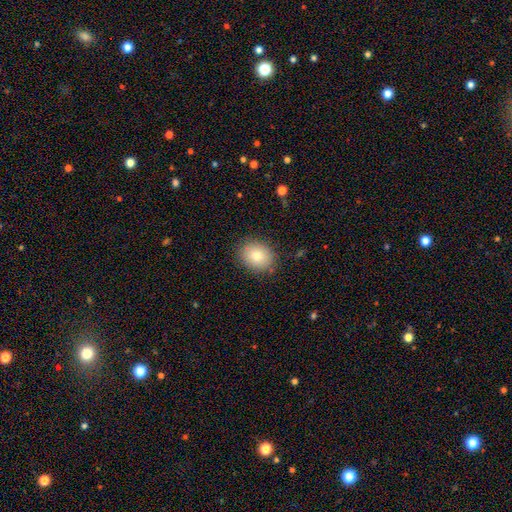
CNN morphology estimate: Smooth or featured?
  - smooth: 79% *
  - featured or disk: 12%
  - star or artifact: 9%
How rounded?
  - round: 58% *
  - in between: 41%
  - cigar-shaped: 1%
Merging?
  - none: 84% *
  - minor disturbance: 12%
  - major disturbance: 3%
  - merger: 1%